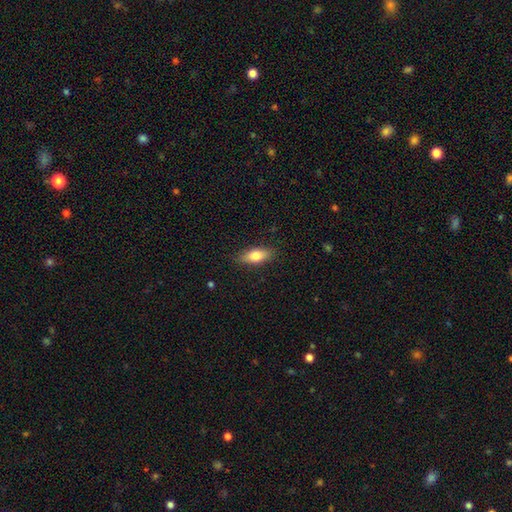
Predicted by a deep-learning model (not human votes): The model was most divided on "how rounded": in between: 75%, cigar-shaped: 22%, round: 3%. More confident: merging — none (86%); smooth or featured — smooth (78%).